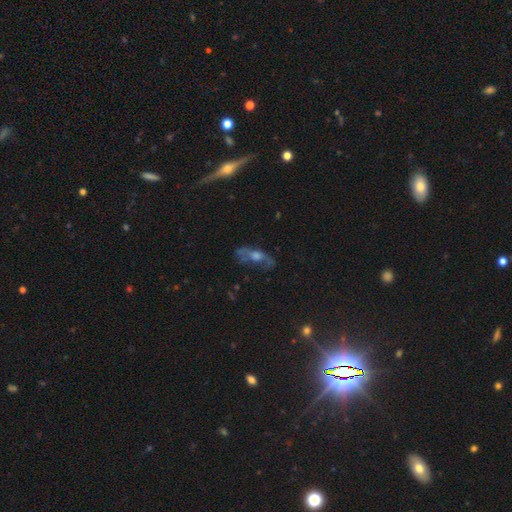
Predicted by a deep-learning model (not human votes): This is likely a featured or disk galaxy (62%). It is possibly not viewed edge-on (58%). Merging: likely none (65%).